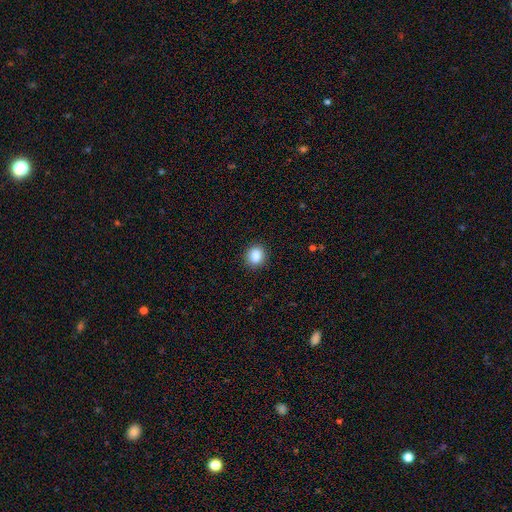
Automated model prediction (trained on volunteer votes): Smooth or featured: smooth — 87% (star or artifact — 9%)
How rounded: round — 71% (in between — 28%)
Merging: none — 90% (minor disturbance — 7%)